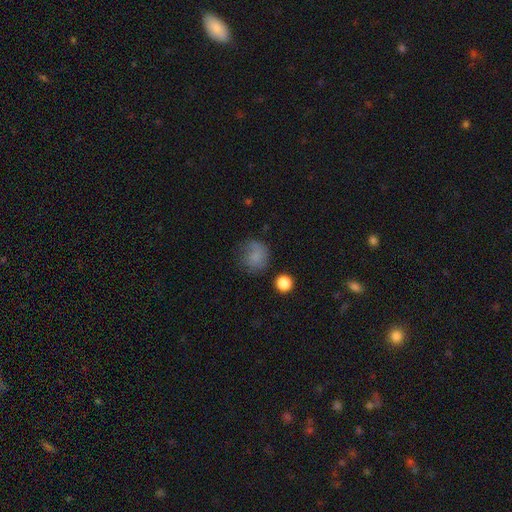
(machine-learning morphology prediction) Q: Smooth or featured?
A: smooth (74%); runner-up: star or artifact (13%)
Q: How rounded?
A: round (79%); runner-up: in between (20%)
Q: Merging?
A: none (56%); runner-up: minor disturbance (26%)